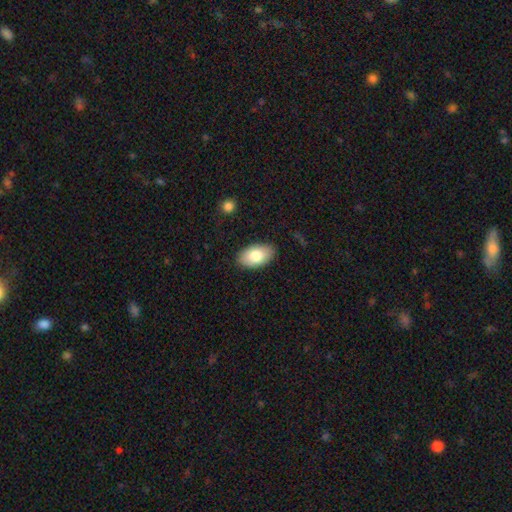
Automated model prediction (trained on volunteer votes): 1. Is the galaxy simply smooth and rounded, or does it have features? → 80% smooth, 14% featured or disk, 6% star or artifact.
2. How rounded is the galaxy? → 94% in between, 5% round, 1% cigar-shaped.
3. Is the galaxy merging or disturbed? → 87% none, 10% minor disturbance, 2% major disturbance, 1% merger.